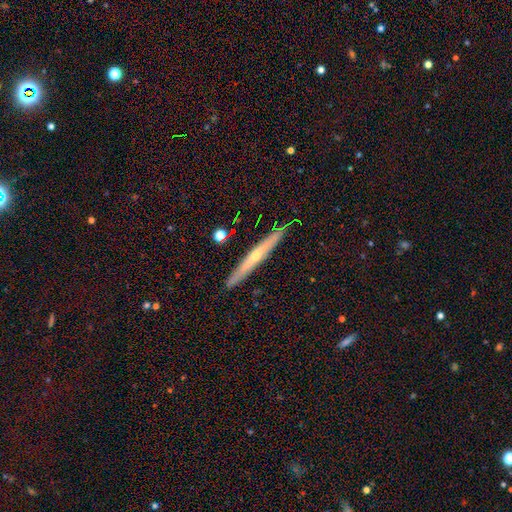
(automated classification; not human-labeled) smooth-or-featured: featured or disk: 61% | smooth: 31% | star or artifact: 8%
  disk-edge-on: yes: 94% | no: 6%
    edge-on-bulge: rounded: 60% | none: 37% | boxy: 3%
  merging: none: 88% | minor disturbance: 9% | major disturbance: 2% | merger: 1%